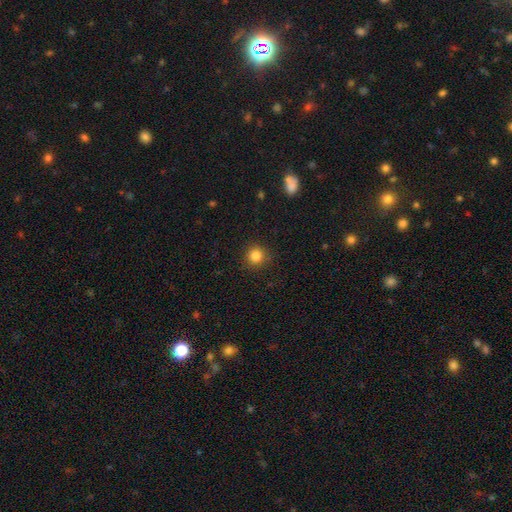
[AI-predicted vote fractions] smooth 84%, star or artifact 12%, featured or disk 4%. Down the decision tree: how rounded — round (94%); merging — none (91%).